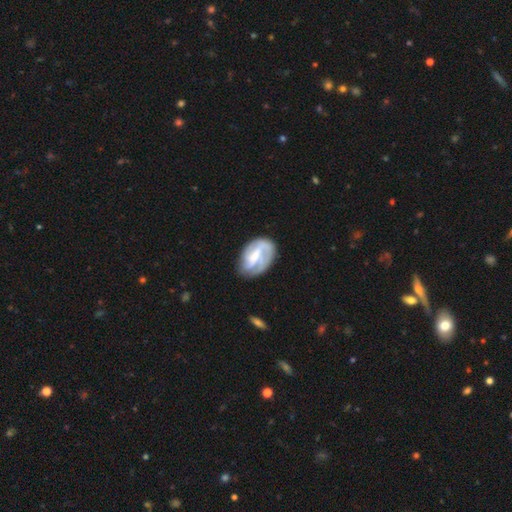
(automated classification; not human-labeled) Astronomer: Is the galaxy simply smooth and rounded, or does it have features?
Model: featured or disk — 68%.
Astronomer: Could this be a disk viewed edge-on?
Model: no — 97%.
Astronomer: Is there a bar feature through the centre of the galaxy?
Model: weak — 43% (runner-up: strong, 36%).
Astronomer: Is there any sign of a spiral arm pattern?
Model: yes — 83%.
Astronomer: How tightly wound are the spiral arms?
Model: tight — 41% (runner-up: medium, 37%).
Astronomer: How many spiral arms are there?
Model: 2 — 36% (runner-up: can't tell, 26%).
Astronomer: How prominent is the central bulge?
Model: moderate — 40% (runner-up: small, 38%).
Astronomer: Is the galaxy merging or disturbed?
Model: none — 59%.